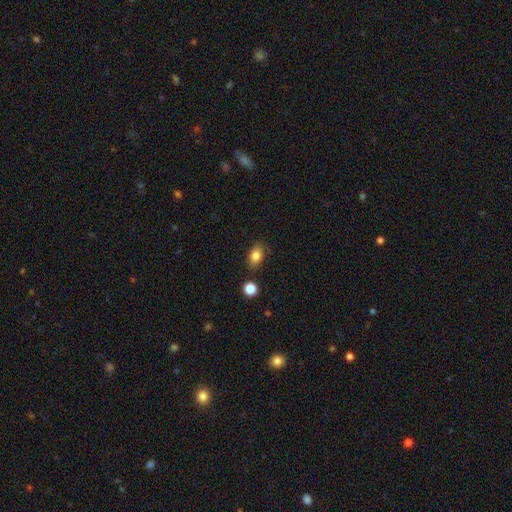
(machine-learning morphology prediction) Smooth or featured?
  - smooth: 83% *
  - star or artifact: 10%
  - featured or disk: 8%
How rounded?
  - in between: 79% *
  - round: 19%
  - cigar-shaped: 2%
Merging?
  - none: 81% *
  - minor disturbance: 12%
  - merger: 4%
  - major disturbance: 3%